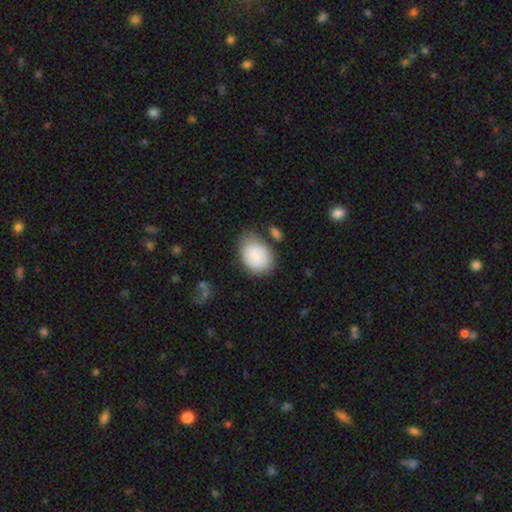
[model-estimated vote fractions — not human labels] Smooth or featured? smooth (84%)
How rounded? in between (68%)
Merging? none (60%)